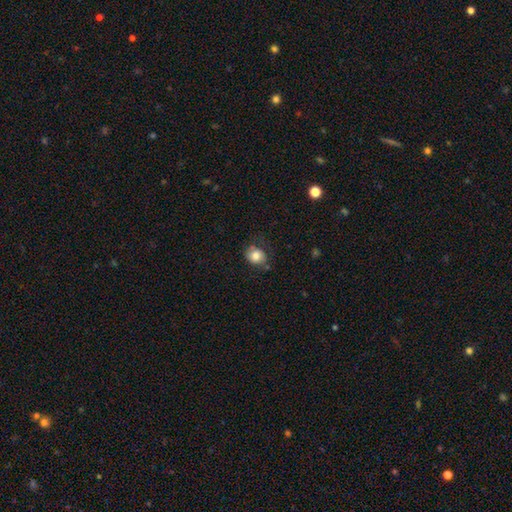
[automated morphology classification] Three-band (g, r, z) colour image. It shows a smooth galaxy with no disk features (80%) that is round (61%). Merging: none (61%).